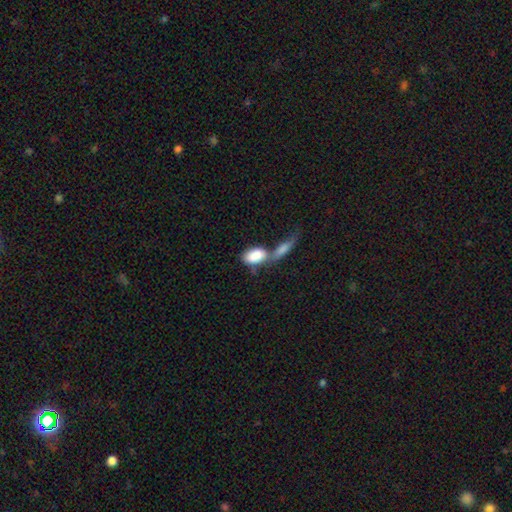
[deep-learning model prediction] smooth_or_featured: smooth (p=0.84) [alt: featured or disk p=0.10]
how_rounded: in between (p=0.91) [alt: round p=0.05]
merging: merger (p=0.60) [alt: none p=0.23]